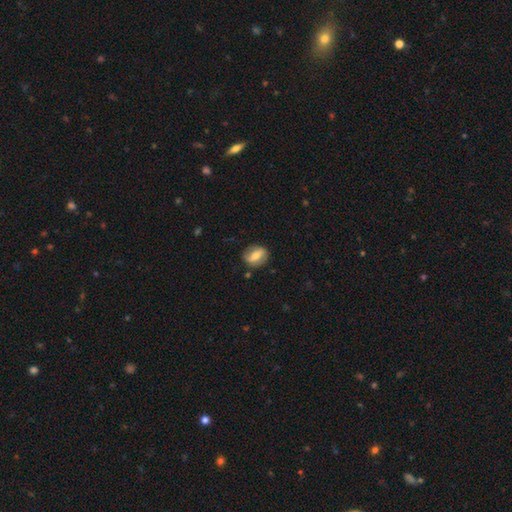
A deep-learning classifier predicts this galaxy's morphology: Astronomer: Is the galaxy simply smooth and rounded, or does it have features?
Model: smooth — 49% (runner-up: featured or disk, 44%).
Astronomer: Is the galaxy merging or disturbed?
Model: none — 82%.